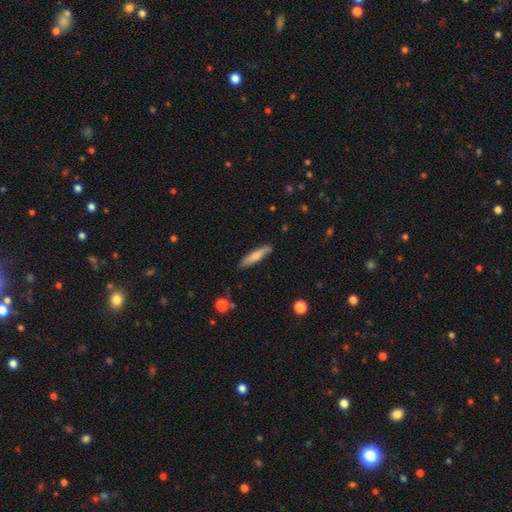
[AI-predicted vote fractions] Smooth or featured: smooth — 72% (featured or disk — 22%)
How rounded: cigar-shaped — 86% (in between — 13%)
Merging: none — 84% (minor disturbance — 12%)